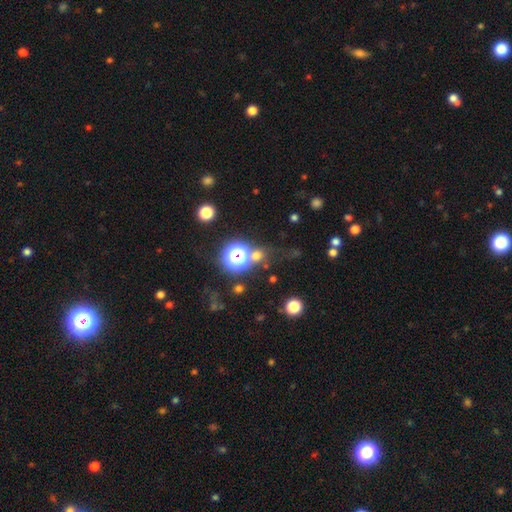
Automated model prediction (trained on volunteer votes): This appears to be a smooth galaxy with no disk features (52%) that is round (86%). Merging: none (65%).